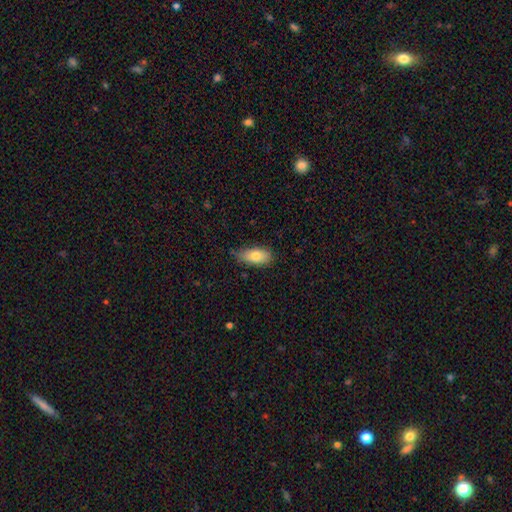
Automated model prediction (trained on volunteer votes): A smooth galaxy with no disk features (80%) that is in between round and cigar-shaped (88%). Merging: none (68%).